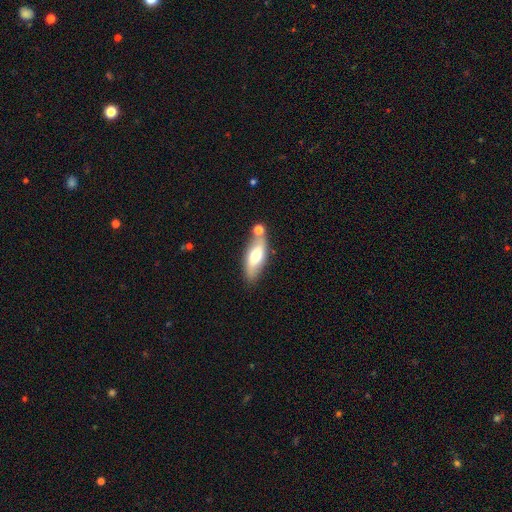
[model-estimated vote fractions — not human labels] This appears to be a smooth galaxy with no disk features (57%) that is in between round and cigar-shaped (69%). Merging: none (67%).